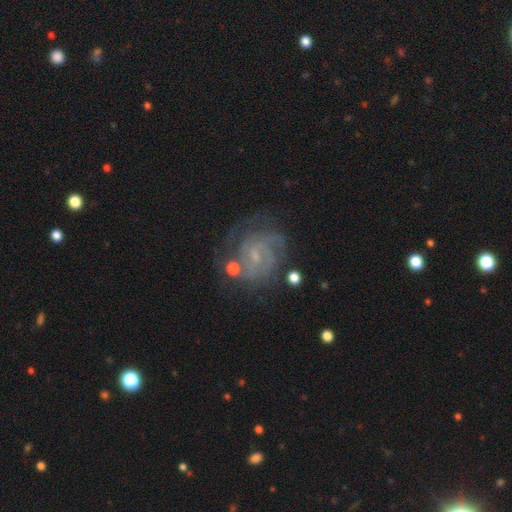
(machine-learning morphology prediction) Overall: featured or disk (82%). Edge-on disk: no (98%). Bar: weak (46%; no 45%). Spiral arms: yes (95%). Spiral arm count: 2 (37%; can't tell 25%). Spiral winding: tight (62%; medium 31%). Bulge size: small (71%). Merging: none (68%).